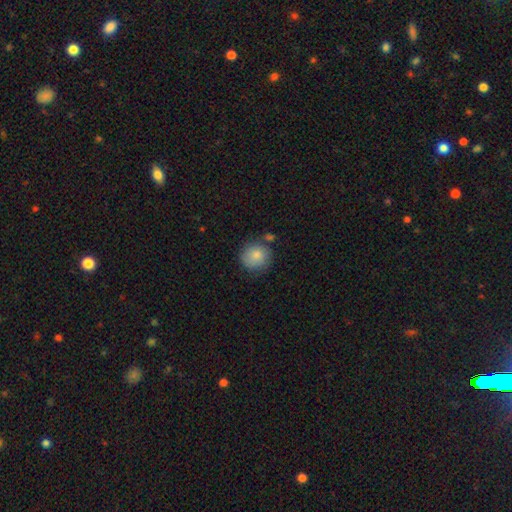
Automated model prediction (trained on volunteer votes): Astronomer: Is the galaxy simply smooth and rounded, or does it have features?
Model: smooth — 85%.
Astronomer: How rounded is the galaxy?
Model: round — 90%.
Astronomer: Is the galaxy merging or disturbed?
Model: none — 74%.